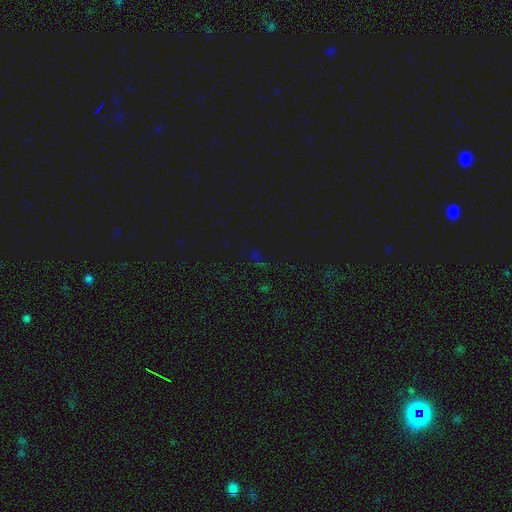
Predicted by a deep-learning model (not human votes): star or artifact 73%, smooth 19%, featured or disk 8%.